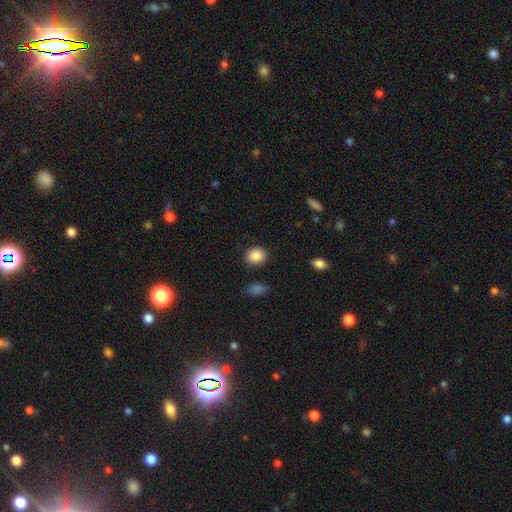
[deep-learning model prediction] This is clearly a smooth galaxy (88%). How rounded: possibly round (56%). Merging: clearly none (87%).